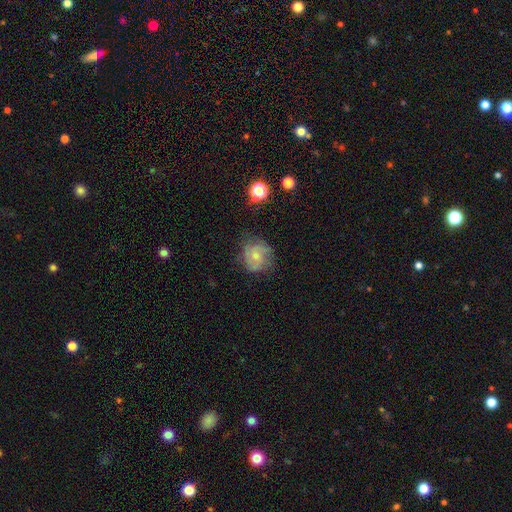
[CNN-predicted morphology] Overall: smooth (50%; featured or disk 39%). How rounded: round (78%). Merging: none (57%; minor disturbance 27%).